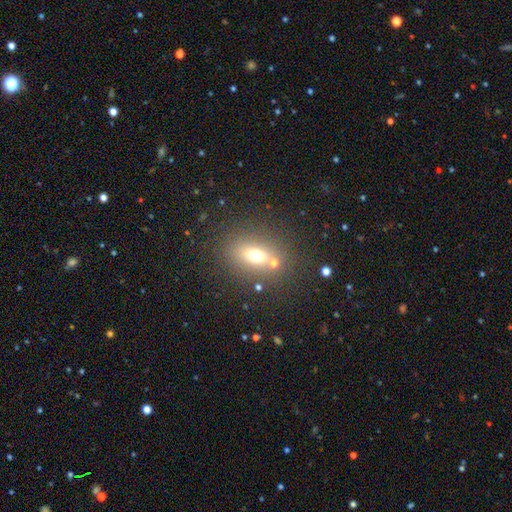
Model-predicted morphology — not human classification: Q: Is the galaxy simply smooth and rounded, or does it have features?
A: smooth — 64%.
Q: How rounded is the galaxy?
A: in between — 60%.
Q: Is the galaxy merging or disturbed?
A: none — 70%.